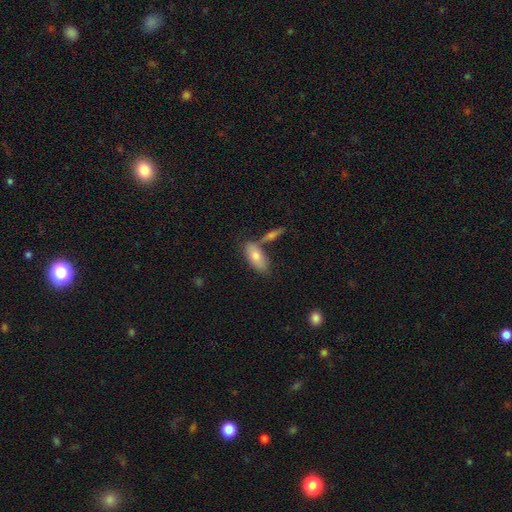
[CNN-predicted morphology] type=smooth (72%); roundness=in between (83%); merging=none (58%).